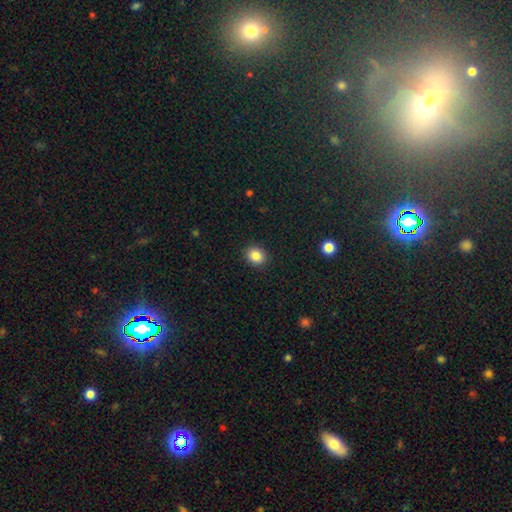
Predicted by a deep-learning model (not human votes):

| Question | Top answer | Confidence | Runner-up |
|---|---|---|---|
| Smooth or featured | smooth | 86% | star or artifact (10%) |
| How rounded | round | 69% | in between (30%) |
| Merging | none | 90% | minor disturbance (7%) |